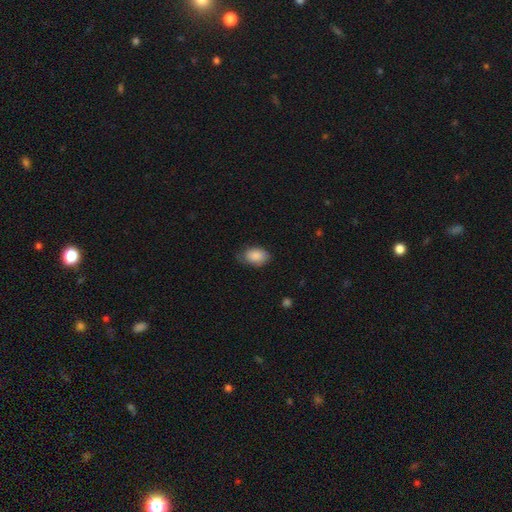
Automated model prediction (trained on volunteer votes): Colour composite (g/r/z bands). It shows a smooth galaxy with no disk features (86%) that is in between round and cigar-shaped (88%). Merging: none (67%).